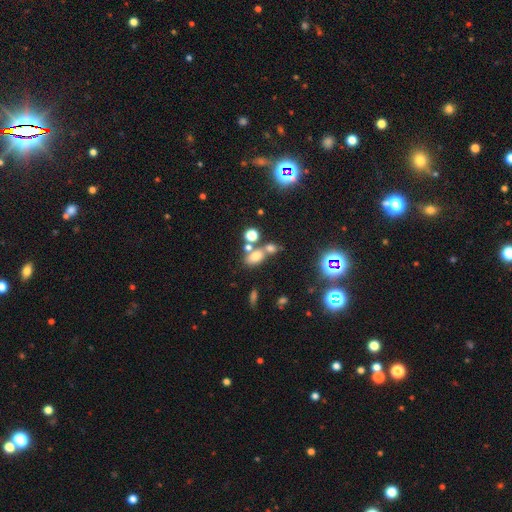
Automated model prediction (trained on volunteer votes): Smooth or featured: smooth — 64% (star or artifact — 23%)
How rounded: in between — 72% (round — 25%)
Merging: none — 45% (merger — 36%)